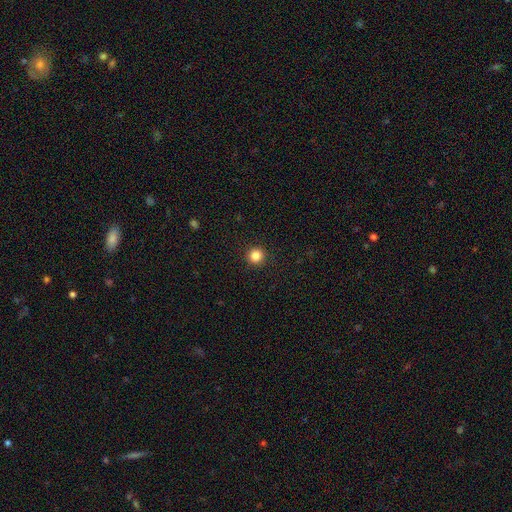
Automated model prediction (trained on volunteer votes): Q: Smooth or featured?
A: smooth (85%); runner-up: star or artifact (11%)
Q: How rounded?
A: round (95%); runner-up: in between (4%)
Q: Merging?
A: none (93%); runner-up: minor disturbance (5%)